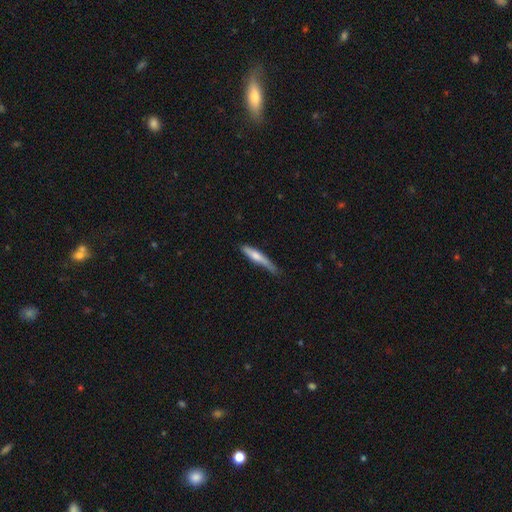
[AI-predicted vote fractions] Morphology: type=smooth (57%); roundness=cigar-shaped (91%); merging=none (56%).